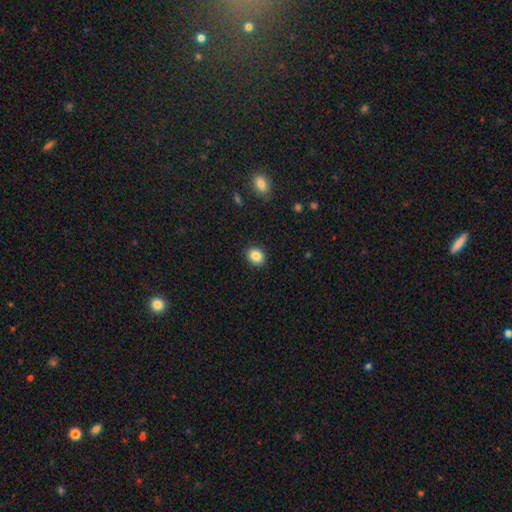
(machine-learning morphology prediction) The model was most divided on "how rounded": round: 53%, in between: 46%, cigar-shaped: 1%. More confident: merging — none (89%); smooth or featured — smooth (87%).